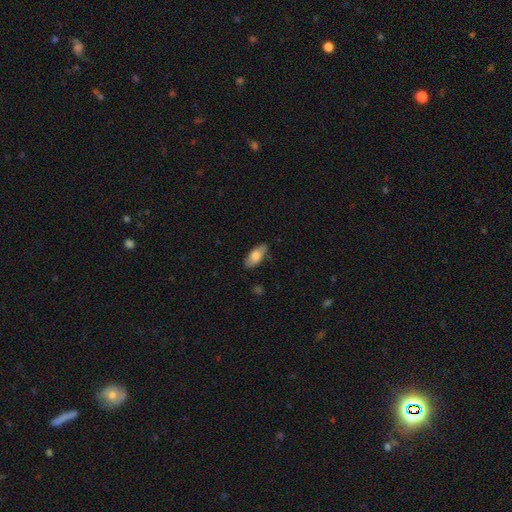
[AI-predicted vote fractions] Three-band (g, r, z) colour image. It shows a smooth galaxy with no disk features (73%) that is in between round and cigar-shaped (88%). Merging: none (79%).